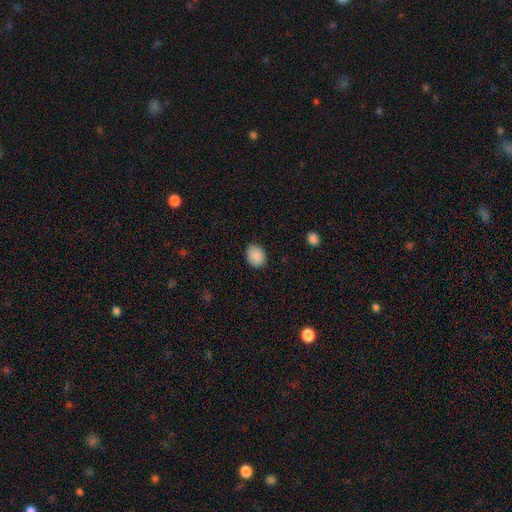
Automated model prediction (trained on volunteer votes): This appears to be a smooth galaxy with no disk features (90%) that is in between round and cigar-shaped (59%). Merging: none (85%).